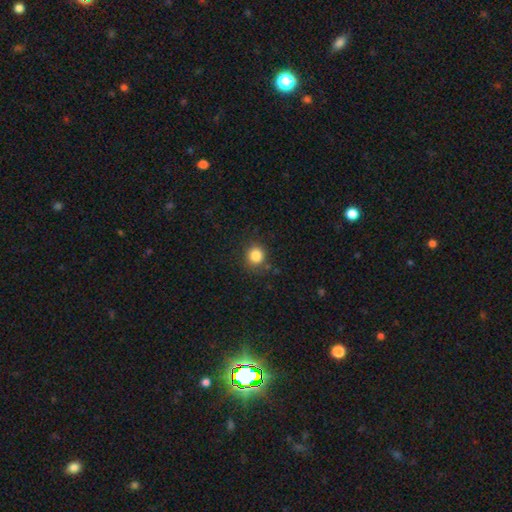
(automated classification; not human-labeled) Smooth or featured? smooth (84%)
How rounded? round (85%)
Merging? none (83%)